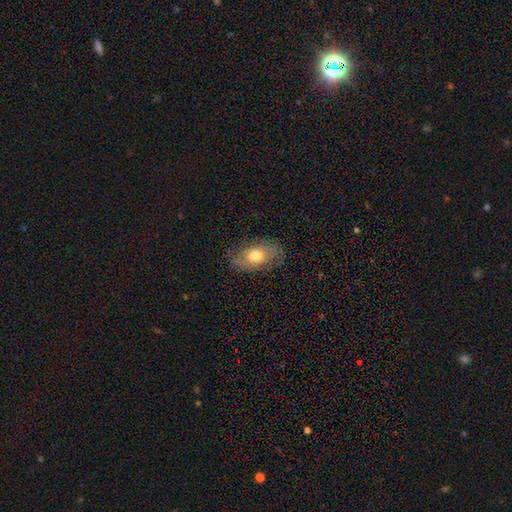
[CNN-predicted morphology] featured or disk 52%, smooth 39%, star or artifact 9%. Down the decision tree: edge-on disk — no (90%); merging — none (77%).